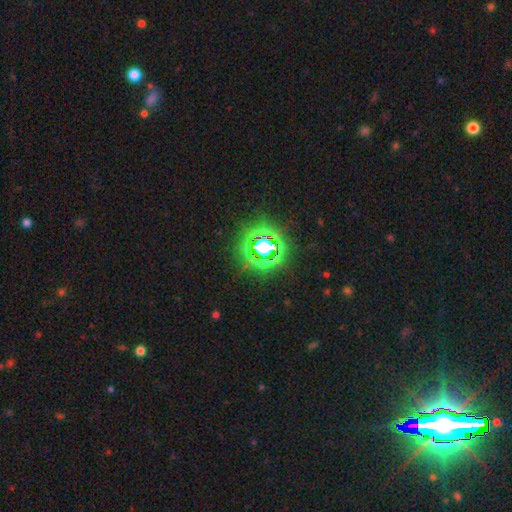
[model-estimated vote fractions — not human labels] smooth-or-featured: star or artifact: 83% | smooth: 11% | featured or disk: 6%